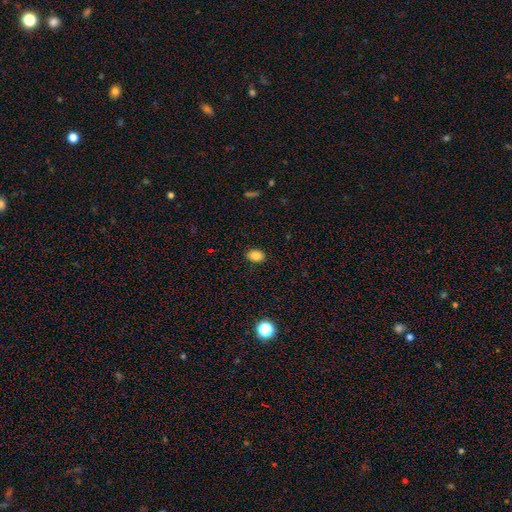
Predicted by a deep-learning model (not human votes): Smooth or featured: smooth — 84% (star or artifact — 10%)
How rounded: in between — 80% (round — 19%)
Merging: none — 88% (minor disturbance — 9%)